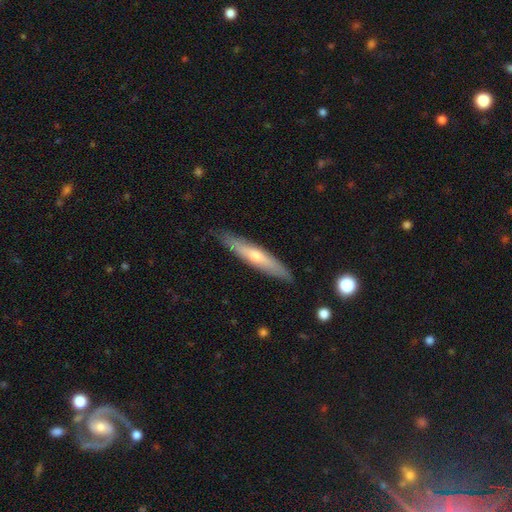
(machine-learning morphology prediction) Smooth or featured: featured or disk — 48% (smooth — 47%)
Merging: none — 86% (minor disturbance — 11%)